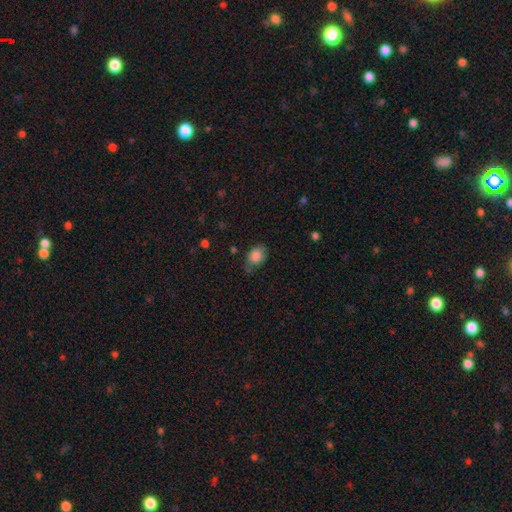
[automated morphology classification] The model was most divided on "merging": none: 61%, minor disturbance: 28%, major disturbance: 8%, merger: 3%. More confident: smooth or featured — smooth (84%); how rounded — in between (67%).